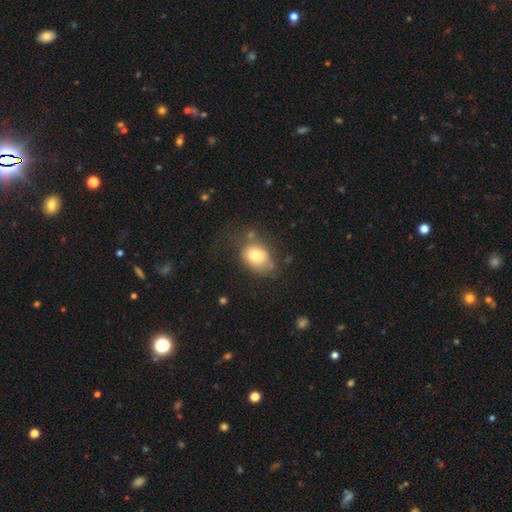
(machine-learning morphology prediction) Smooth or featured? smooth (77%)
How rounded? in between (69%)
Merging? none (54%)